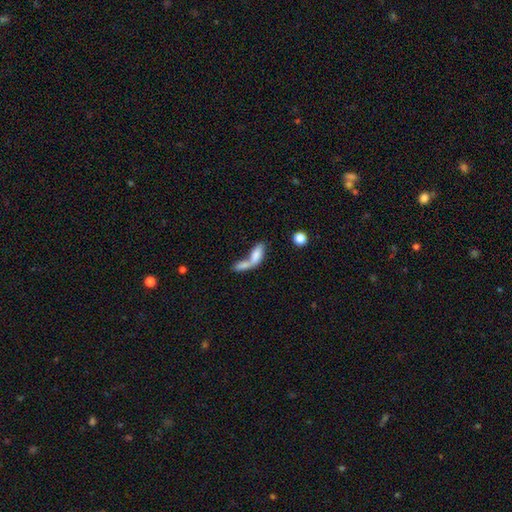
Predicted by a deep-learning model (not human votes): This is likely a smooth galaxy (74%). How rounded: likely in between (70%). Merging: likely merger (71%).